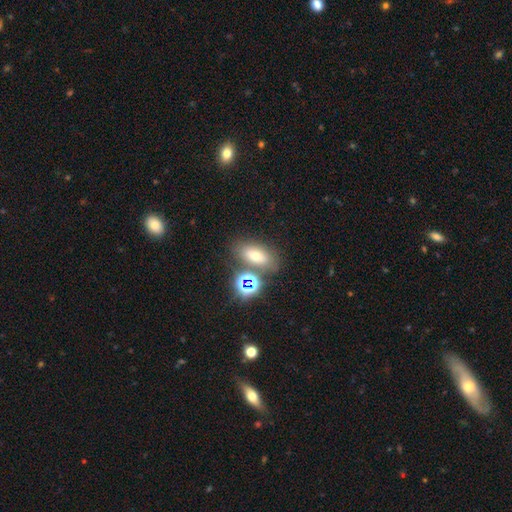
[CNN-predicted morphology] smooth_or_featured: smooth (p=0.57) [alt: star or artifact p=0.25]
how_rounded: in between (p=0.74) [alt: round p=0.19]
merging: none (p=0.68) [alt: merger p=0.15]